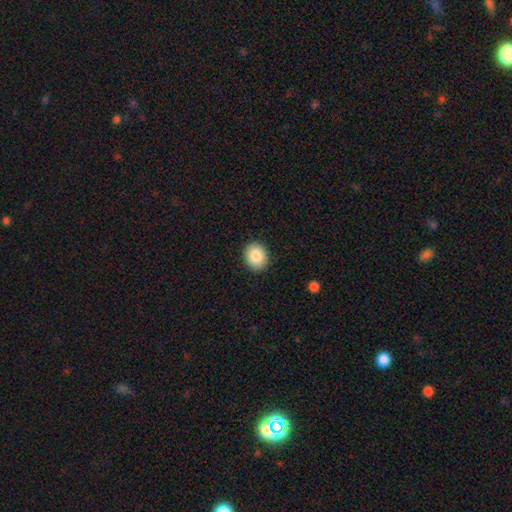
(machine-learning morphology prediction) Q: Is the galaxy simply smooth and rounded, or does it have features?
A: smooth — 86%.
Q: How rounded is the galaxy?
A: round — 67%.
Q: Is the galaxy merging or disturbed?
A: none — 90%.